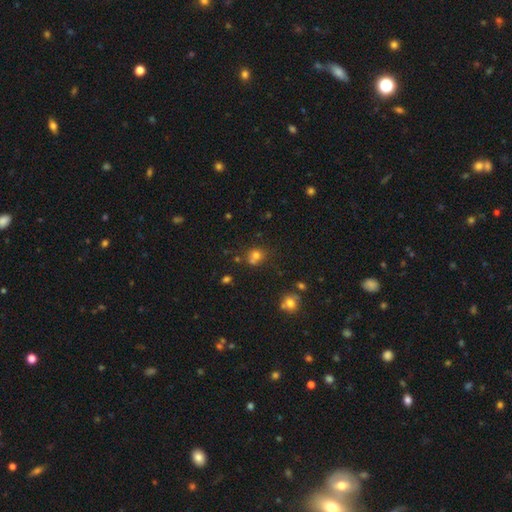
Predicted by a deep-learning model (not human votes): smooth-or-featured: smooth: 69% | star or artifact: 19% | featured or disk: 12%
  how-rounded: round: 80% | in between: 19% | cigar-shaped: 1%
  merging: none: 50% | merger: 35% | minor disturbance: 11% | major disturbance: 4%